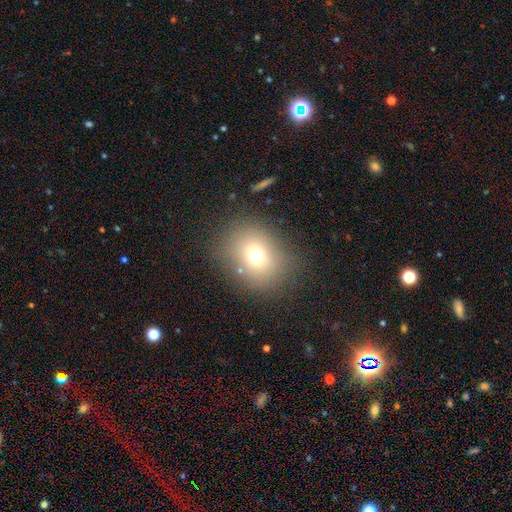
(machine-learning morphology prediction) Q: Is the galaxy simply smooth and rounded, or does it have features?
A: smooth — 70%.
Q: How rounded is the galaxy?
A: round — 58%.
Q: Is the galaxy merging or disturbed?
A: none — 80%.